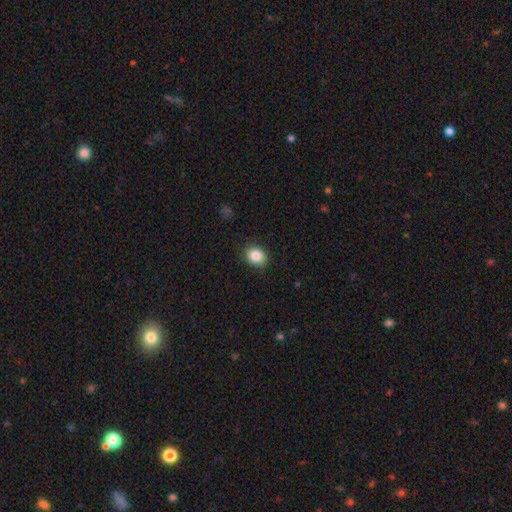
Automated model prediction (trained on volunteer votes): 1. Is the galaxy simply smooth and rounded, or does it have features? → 85% smooth, 9% star or artifact, 5% featured or disk.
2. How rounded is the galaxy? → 57% round, 42% in between, 1% cigar-shaped.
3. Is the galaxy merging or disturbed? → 85% none, 11% minor disturbance, 2% major disturbance, 1% merger.